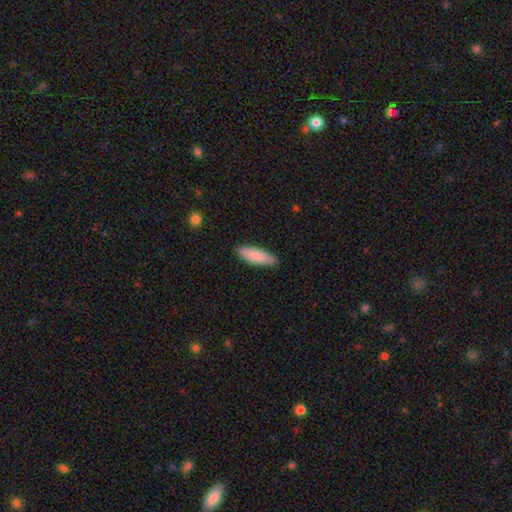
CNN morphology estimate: The model was most divided on "how rounded": in between: 52%, cigar-shaped: 46%, round: 2%. More confident: merging — none (87%); smooth or featured — smooth (84%).